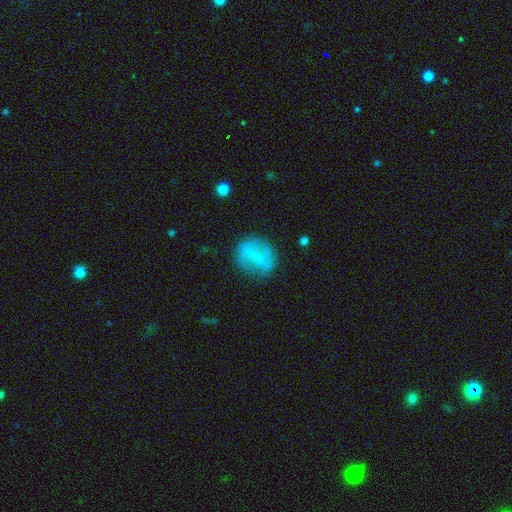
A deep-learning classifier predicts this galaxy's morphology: A featured or disk galaxy (50%). Merging: none (74%).